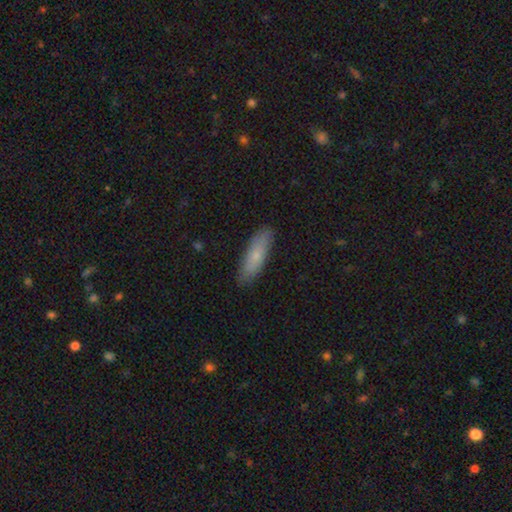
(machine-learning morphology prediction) This is likely a smooth galaxy (75%). How rounded: possibly cigar-shaped (59%). Merging: clearly none (87%).